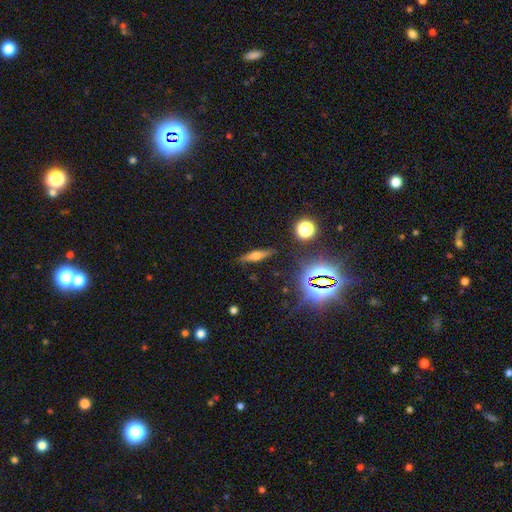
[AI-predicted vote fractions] Overall: smooth (45%; featured or disk 39%). Merging: none (86%).